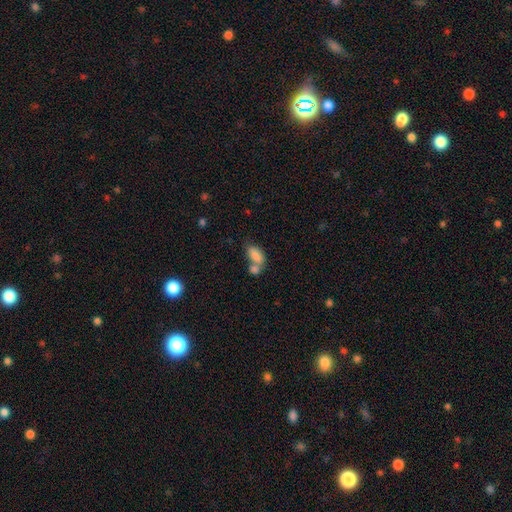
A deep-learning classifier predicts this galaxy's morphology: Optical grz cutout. It shows a smooth galaxy with no disk features (82%) that is in between round and cigar-shaped (91%). Merging: merger (54%).